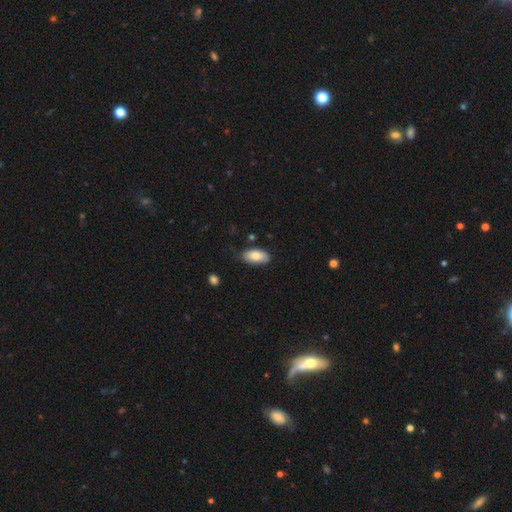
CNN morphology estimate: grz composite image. It shows a smooth galaxy with no disk features (82%) that is in between round and cigar-shaped (93%). Merging: none (78%).